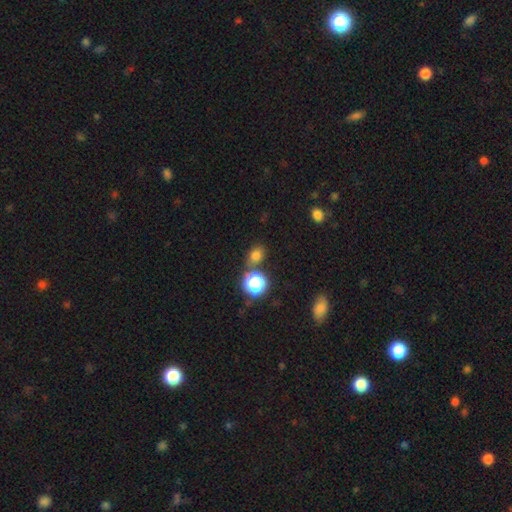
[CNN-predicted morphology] A smooth galaxy with no disk features (71%) that is in between round and cigar-shaped (50%). Merging: none (72%).